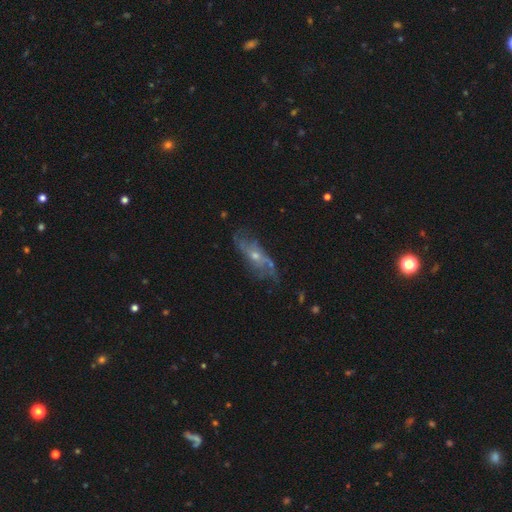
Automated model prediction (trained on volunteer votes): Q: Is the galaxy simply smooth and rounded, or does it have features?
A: featured or disk — 72%.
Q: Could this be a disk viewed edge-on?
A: no — 77%.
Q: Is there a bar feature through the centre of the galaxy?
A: no — 71%.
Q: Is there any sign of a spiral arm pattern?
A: yes — 78%.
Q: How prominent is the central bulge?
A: small — 55%.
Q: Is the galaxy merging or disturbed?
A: none — 65%.